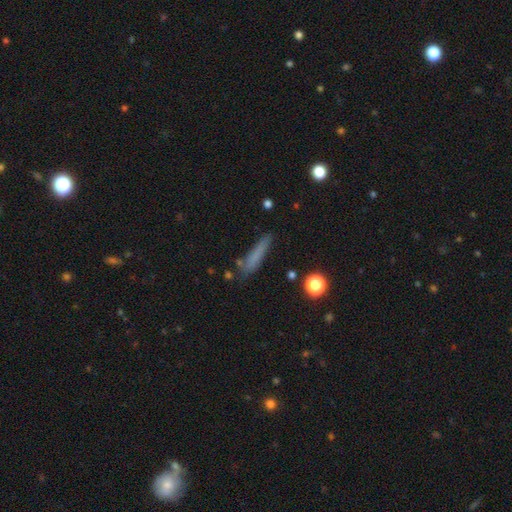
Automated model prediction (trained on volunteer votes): Smooth or featured?
  - smooth: 71% *
  - featured or disk: 17%
  - star or artifact: 12%
How rounded?
  - cigar-shaped: 87% *
  - in between: 10%
  - round: 2%
Merging?
  - none: 72% *
  - minor disturbance: 17%
  - major disturbance: 5%
  - merger: 5%